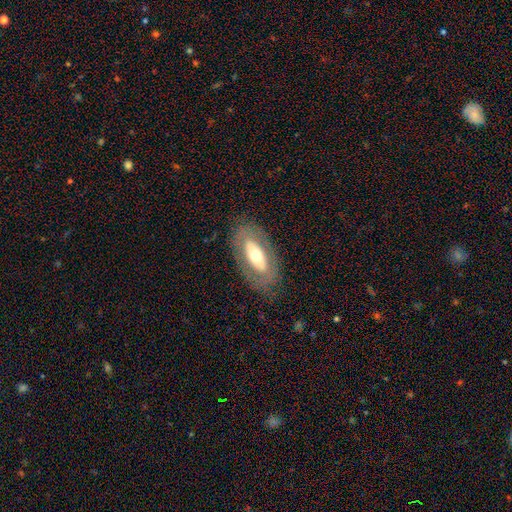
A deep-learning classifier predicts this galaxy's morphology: This is possibly a featured or disk galaxy (49%). Merging: clearly none (80%).